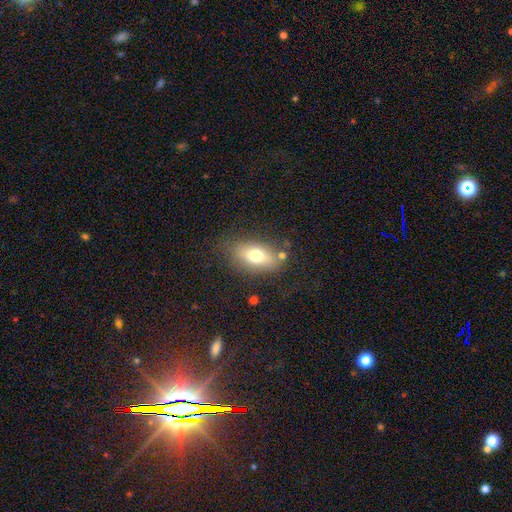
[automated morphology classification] smooth 72%, featured or disk 19%, star or artifact 9%. Down the decision tree: how rounded — in between (86%); merging — none (74%).